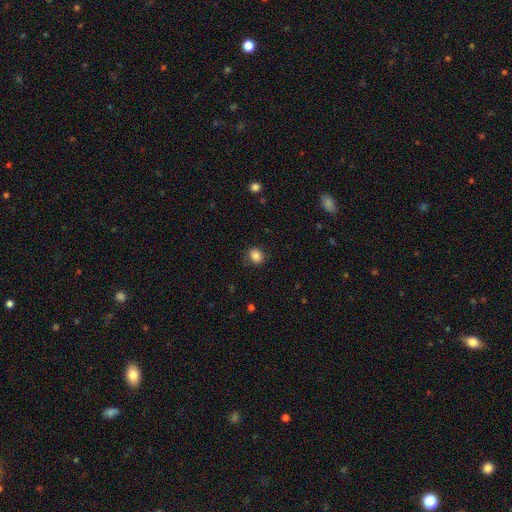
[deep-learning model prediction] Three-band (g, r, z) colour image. It shows a smooth galaxy with no disk features (86%) that is round (61%). Merging: none (85%).